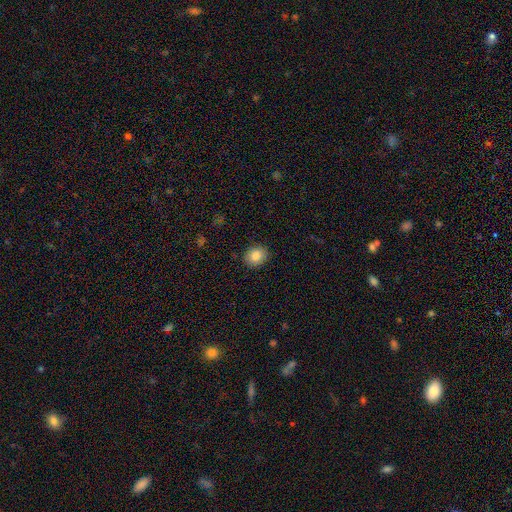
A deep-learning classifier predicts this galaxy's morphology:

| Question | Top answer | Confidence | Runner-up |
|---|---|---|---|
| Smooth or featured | smooth | 85% | star or artifact (9%) |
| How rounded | round | 69% | in between (30%) |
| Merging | none | 89% | minor disturbance (8%) |